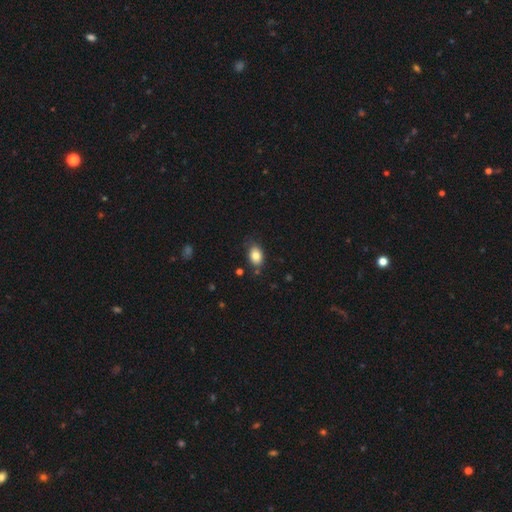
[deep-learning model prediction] smooth_or_featured: smooth (p=0.82) [alt: featured or disk p=0.09]
how_rounded: in between (p=0.82) [alt: round p=0.17]
merging: none (p=0.77) [alt: minor disturbance p=0.17]